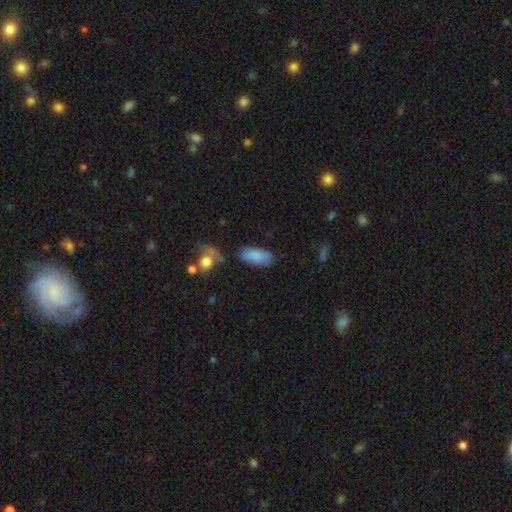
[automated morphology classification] This appears to be a smooth galaxy with no disk features (83%) that is in between round and cigar-shaped (88%). Merging: none (70%).